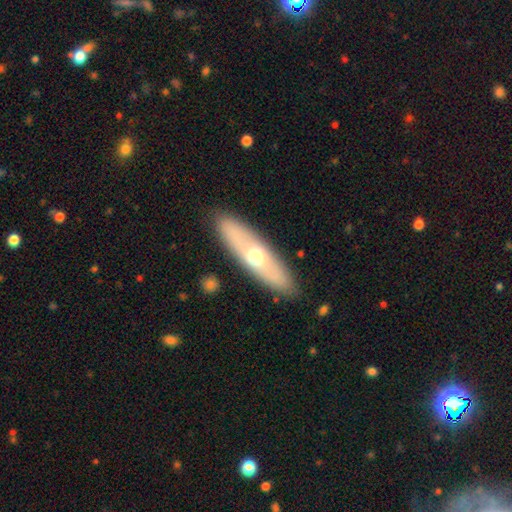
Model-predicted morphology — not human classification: Smooth or featured?
  - smooth: 51% *
  - featured or disk: 44%
  - star or artifact: 6%
How rounded?
  - cigar-shaped: 60% *
  - in between: 38%
  - round: 2%
Merging?
  - none: 87% *
  - minor disturbance: 9%
  - major disturbance: 2%
  - merger: 2%